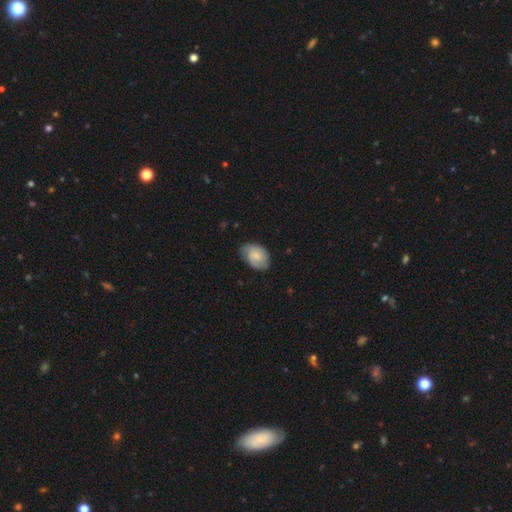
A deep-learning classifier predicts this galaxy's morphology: Smooth or featured? smooth (59%)
How rounded? in between (79%)
Merging? none (62%)